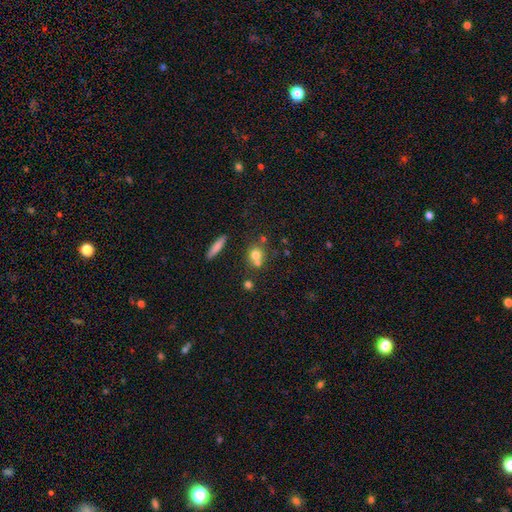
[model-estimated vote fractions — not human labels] Overall: smooth (71%). How rounded: round (74%). Merging: none (46%; merger 40%).